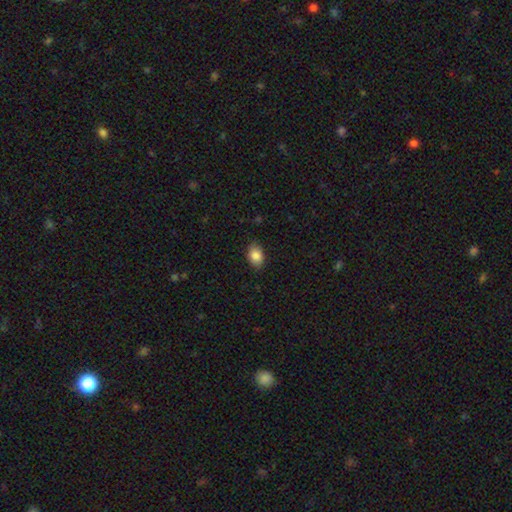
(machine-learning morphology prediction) Smooth or featured?
  - smooth: 86% *
  - star or artifact: 8%
  - featured or disk: 7%
How rounded?
  - in between: 84% *
  - round: 15%
  - cigar-shaped: 1%
Merging?
  - none: 84% *
  - minor disturbance: 13%
  - major disturbance: 3%
  - merger: 1%